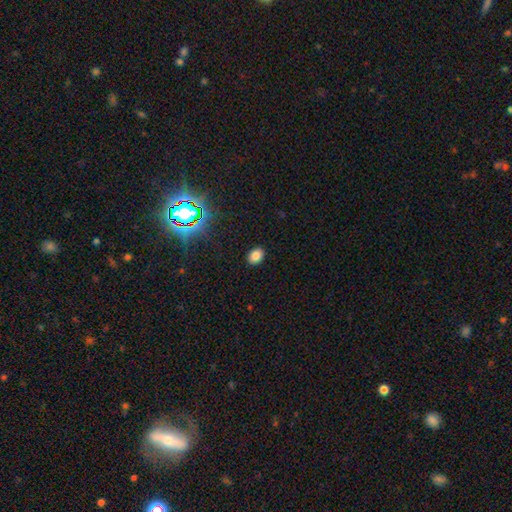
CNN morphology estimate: A smooth galaxy with no disk features (81%) that is in between round and cigar-shaped (68%).

Vote fractions:
- Smooth or featured? smooth: 81% / star or artifact: 14% / featured or disk: 5%
- How rounded? in between: 68% / round: 31% / cigar-shaped: 1%
- Merging? none: 90% / minor disturbance: 7% / major disturbance: 2% / merger: 1%